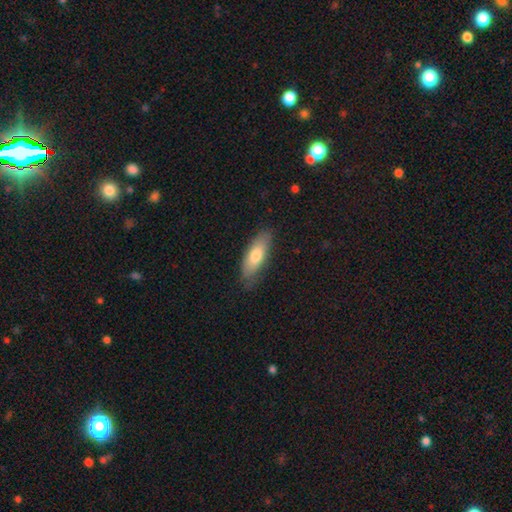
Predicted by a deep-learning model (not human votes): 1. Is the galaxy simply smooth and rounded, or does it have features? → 74% smooth, 20% featured or disk, 6% star or artifact.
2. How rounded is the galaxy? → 66% in between, 32% cigar-shaped, 2% round.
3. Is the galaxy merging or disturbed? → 78% none, 17% minor disturbance, 3% major disturbance, 1% merger.